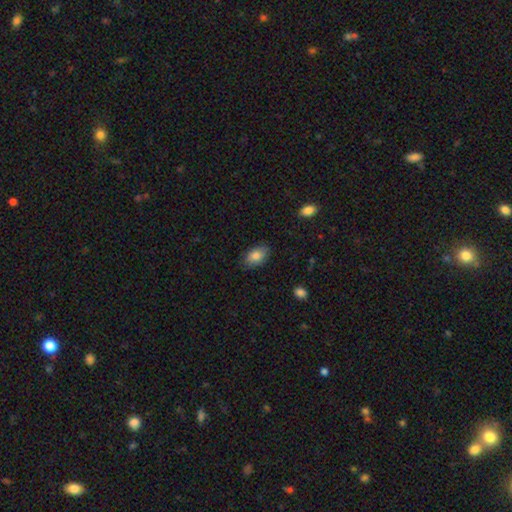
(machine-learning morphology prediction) The model was most divided on "merging": none: 81%, minor disturbance: 15%, major disturbance: 3%, merger: 1%. More confident: how rounded — in between (91%); smooth or featured — smooth (84%).